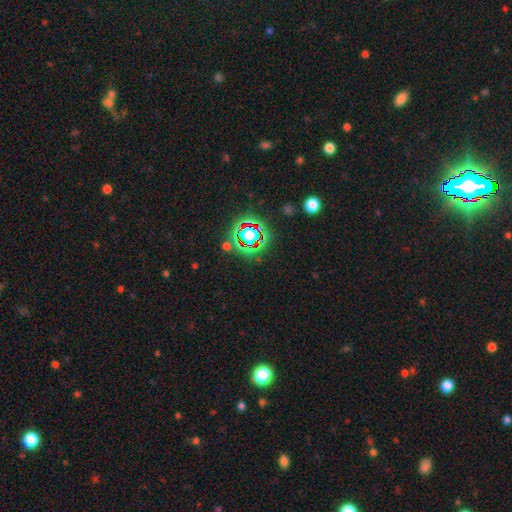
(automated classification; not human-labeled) Smooth or featured? star or artifact (80%)